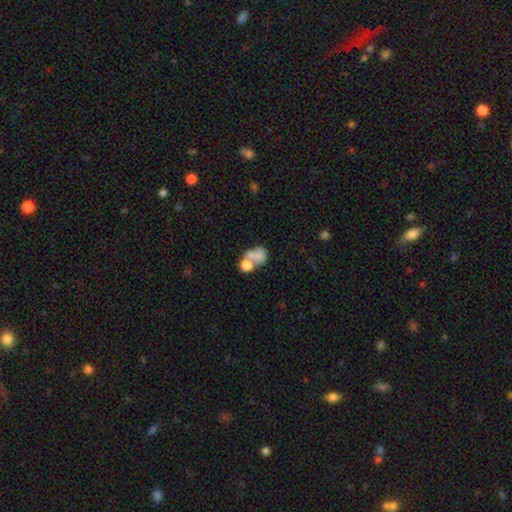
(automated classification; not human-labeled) Q: Smooth or featured?
A: smooth (68%); runner-up: featured or disk (21%)
Q: How rounded?
A: in between (61%); runner-up: round (37%)
Q: Merging?
A: merger (57%); runner-up: none (22%)